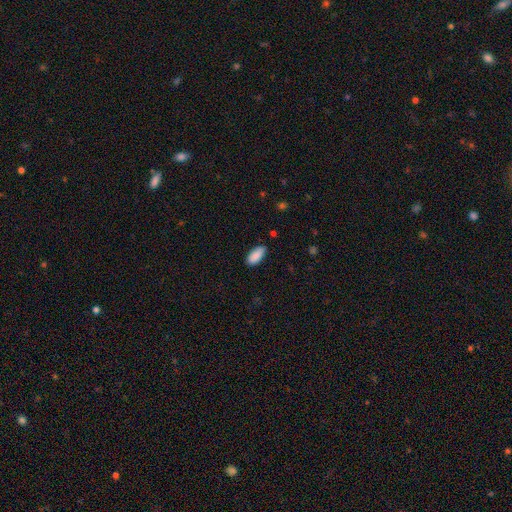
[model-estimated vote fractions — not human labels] smooth 90%, star or artifact 6%, featured or disk 4%. Down the decision tree: how rounded — in between (88%); merging — none (82%).